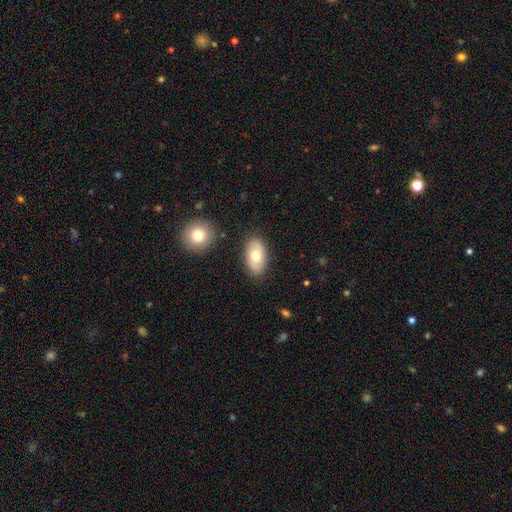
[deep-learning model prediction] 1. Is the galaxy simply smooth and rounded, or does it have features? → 70% smooth, 23% featured or disk, 7% star or artifact.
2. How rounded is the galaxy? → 92% in between, 6% round, 2% cigar-shaped.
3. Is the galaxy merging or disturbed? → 84% none, 11% minor disturbance, 3% merger, 3% major disturbance.